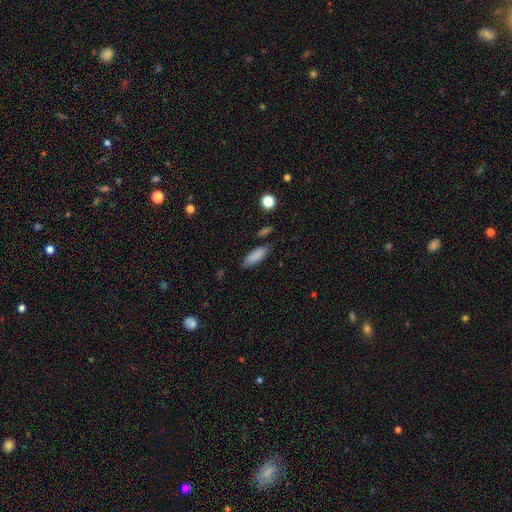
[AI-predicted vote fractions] Morphology: type=smooth (86%); roundness=in between (67%); merging=none (80%).